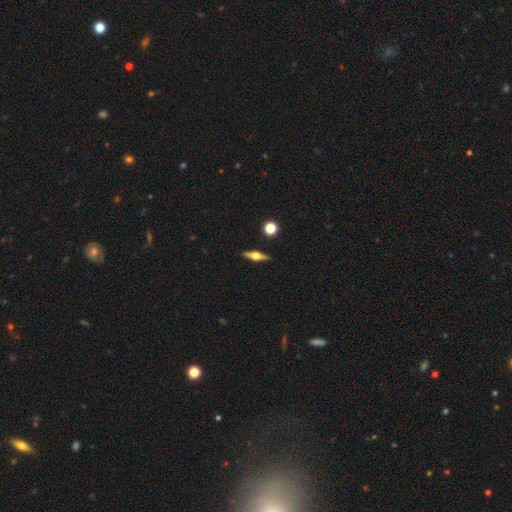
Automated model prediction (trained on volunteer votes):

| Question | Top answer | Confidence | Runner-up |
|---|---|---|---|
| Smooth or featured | featured or disk | 69% | smooth (24%) |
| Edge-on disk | yes | 97% | no (3%) |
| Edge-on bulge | rounded | 94% | boxy (5%) |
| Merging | none | 90% | minor disturbance (7%) |